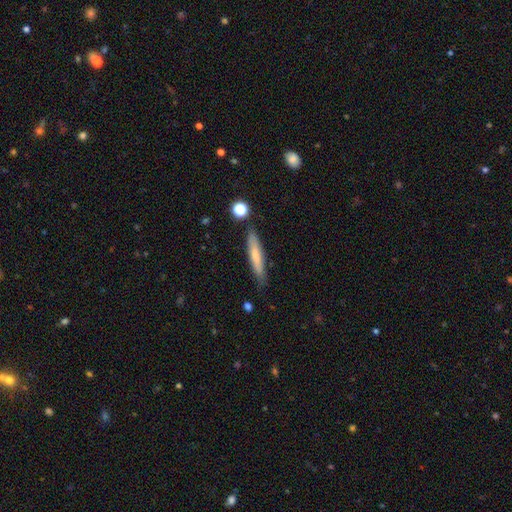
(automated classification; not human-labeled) Smooth or featured?
  - smooth: 68% *
  - featured or disk: 26%
  - star or artifact: 7%
How rounded?
  - cigar-shaped: 91% *
  - in between: 7%
  - round: 1%
Merging?
  - none: 82% *
  - minor disturbance: 12%
  - merger: 3%
  - major disturbance: 3%